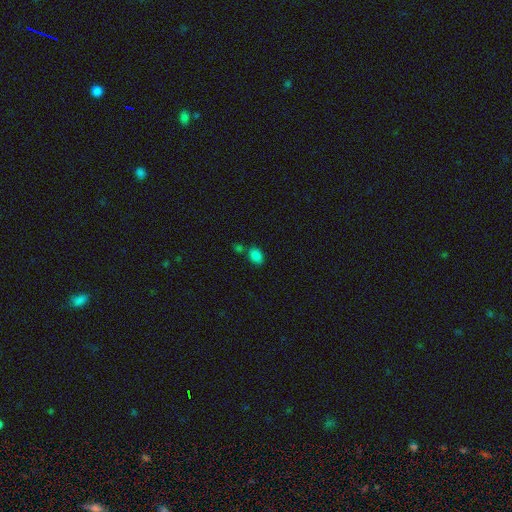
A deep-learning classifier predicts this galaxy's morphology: smooth 83%, star or artifact 13%, featured or disk 4%. Down the decision tree: how rounded — in between (81%); merging — none (69%).